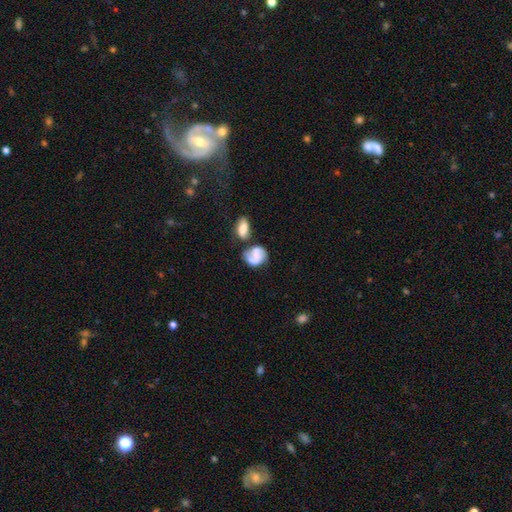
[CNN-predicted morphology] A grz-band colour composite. It shows a smooth galaxy with no disk features (53%) that is in between round and cigar-shaped (54%). Merging: merger (33%, tied with none).